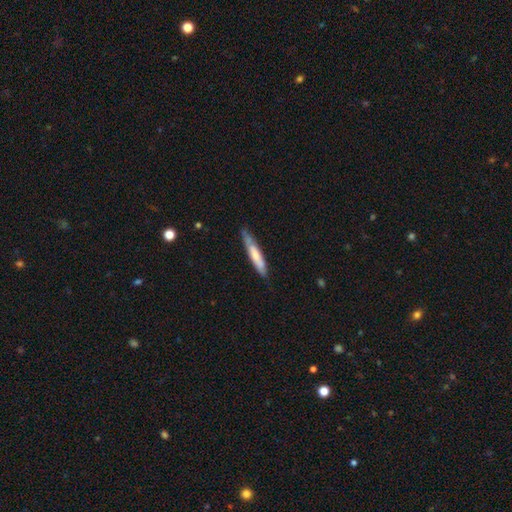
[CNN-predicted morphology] Smooth or featured? Predicted: smooth (p=0.61). How rounded? Predicted: cigar-shaped (p=0.89). Merging? Predicted: none (p=0.71).